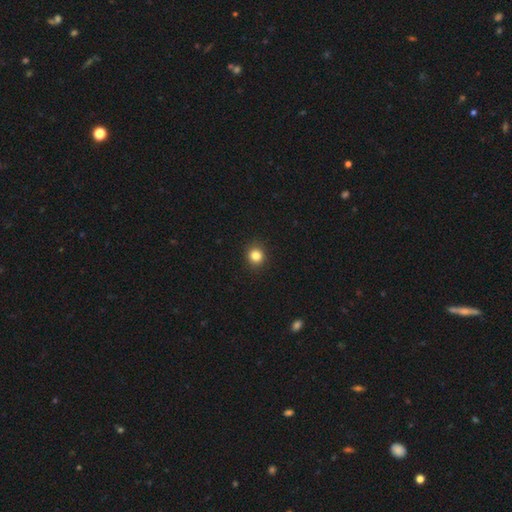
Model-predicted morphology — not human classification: The model was most divided on "smooth or featured": smooth: 84%, star or artifact: 11%, featured or disk: 5%. More confident: merging — none (92%); how rounded — round (88%).